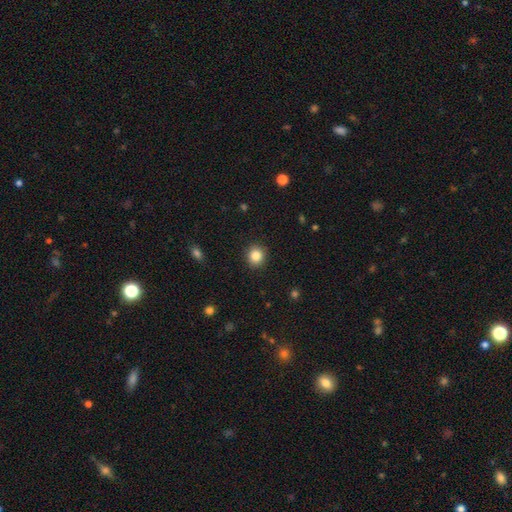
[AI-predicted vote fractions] The model was most divided on "smooth or featured": smooth: 85%, star or artifact: 10%, featured or disk: 5%. More confident: merging — none (91%); how rounded — round (88%).